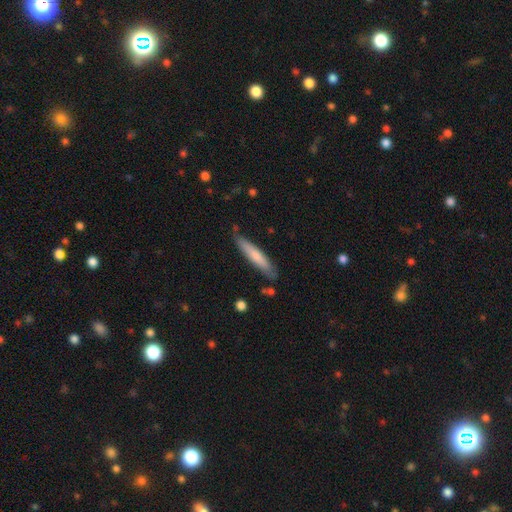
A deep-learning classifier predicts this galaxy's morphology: Smooth or featured? smooth (69%)
How rounded? cigar-shaped (90%)
Merging? none (80%)